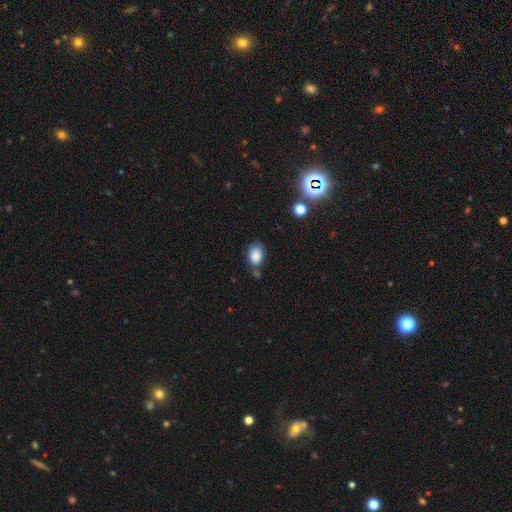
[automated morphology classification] A smooth galaxy with no disk features (83%) that is in between round and cigar-shaped (76%).

Vote fractions:
- Smooth or featured? smooth: 83% / star or artifact: 10% / featured or disk: 8%
- How rounded? in between: 76% / round: 23% / cigar-shaped: 1%
- Merging? none: 55% / minor disturbance: 26% / merger: 11% / major disturbance: 8%